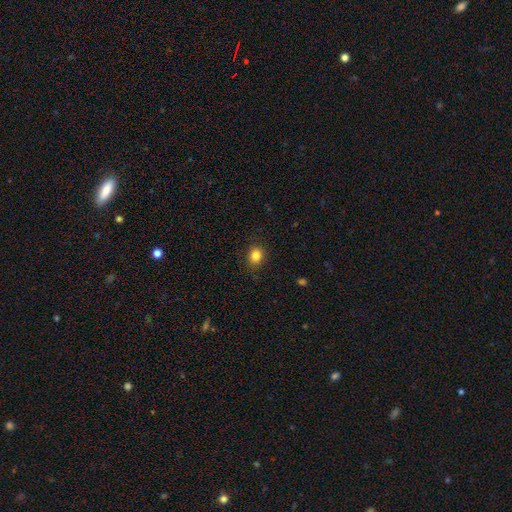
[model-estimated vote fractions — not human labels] Overall: smooth (84%). How rounded: round (66%; in between 33%). Merging: none (87%).